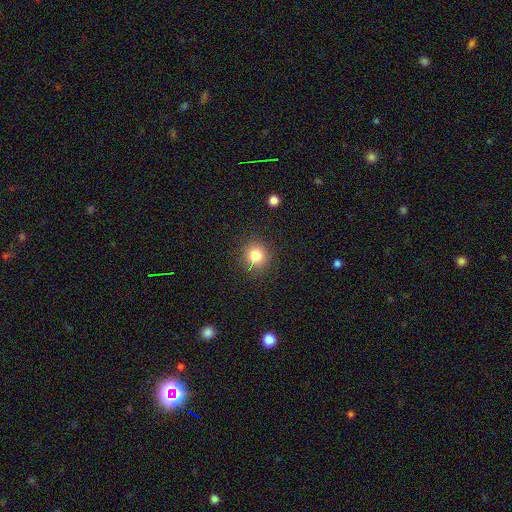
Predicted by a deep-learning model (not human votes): smooth-or-featured: smooth: 81% | star or artifact: 13% | featured or disk: 6%
  how-rounded: round: 92% | in between: 7% | cigar-shaped: 1%
  merging: none: 87% | minor disturbance: 8% | major disturbance: 3% | merger: 2%